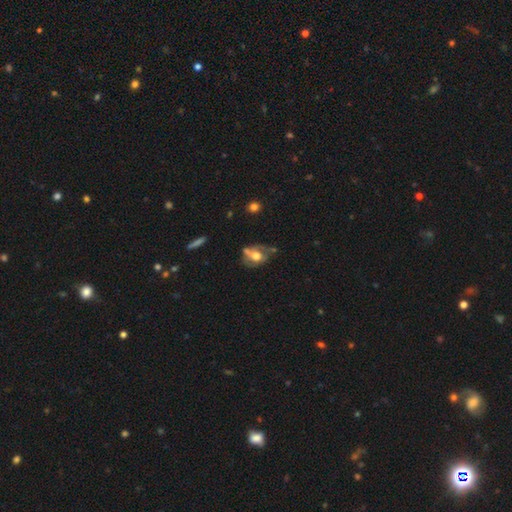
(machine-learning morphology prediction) type=smooth (46%); merging=none (35%).